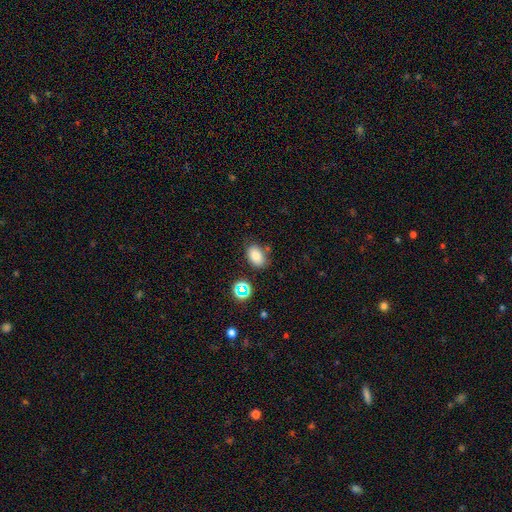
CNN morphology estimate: The model was most divided on "merging": none: 75%, minor disturbance: 16%, merger: 5%, major disturbance: 4%. More confident: how rounded — in between (84%); smooth or featured — smooth (79%).